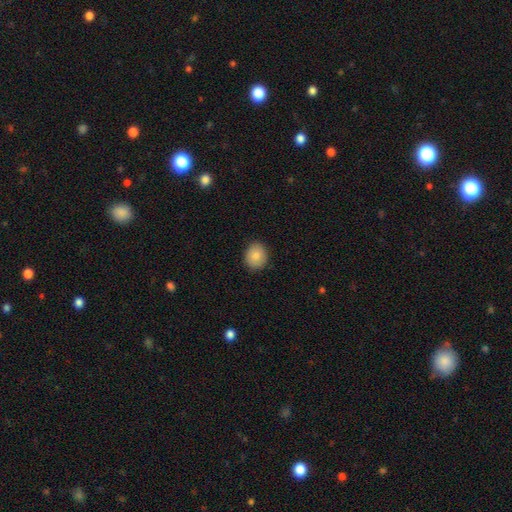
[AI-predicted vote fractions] Smooth or featured? smooth (85%)
How rounded? round (66%)
Merging? none (89%)